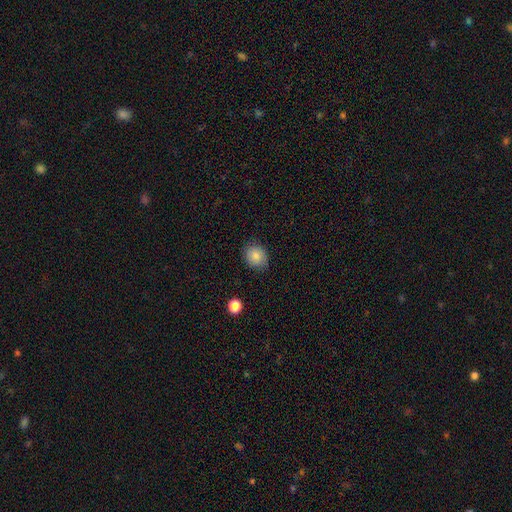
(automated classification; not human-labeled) Smooth or featured? Predicted: smooth (p=0.83). How rounded? Predicted: round (p=0.72). Merging? Predicted: none (p=0.85).